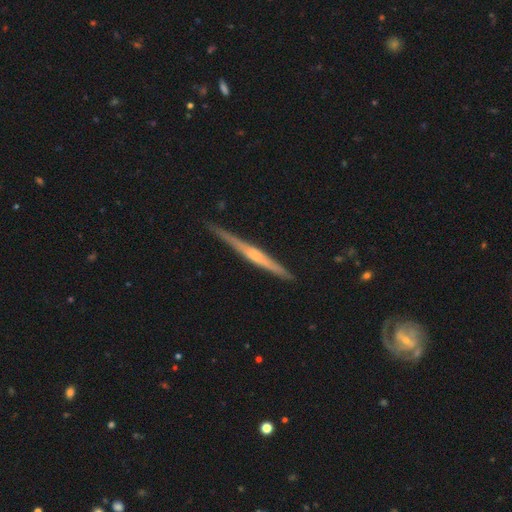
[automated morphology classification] The model was most divided on "edge-on bulge": rounded: 49%, none: 34%, boxy: 17%. More confident: edge-on disk — yes (98%); merging — none (87%); smooth or featured — featured or disk (71%).